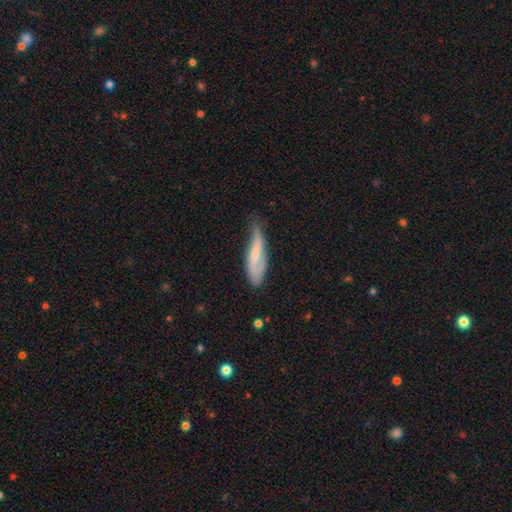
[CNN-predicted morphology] This is possibly a featured or disk galaxy (49%). Merging: marginally none (43%).